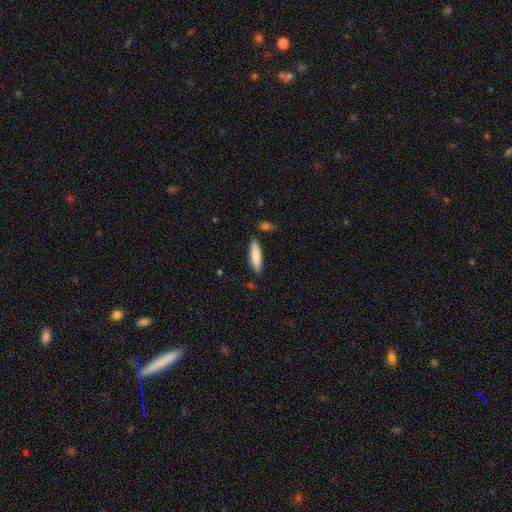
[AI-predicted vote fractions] Smooth or featured: smooth — 82% (featured or disk — 13%)
How rounded: cigar-shaped — 71% (in between — 27%)
Merging: none — 84% (minor disturbance — 11%)